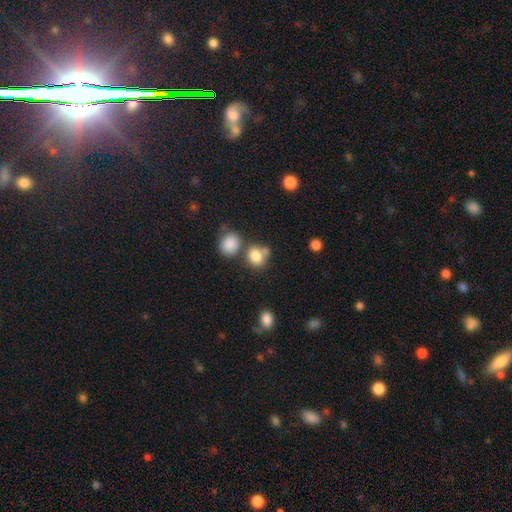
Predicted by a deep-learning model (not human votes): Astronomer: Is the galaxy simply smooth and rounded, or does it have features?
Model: smooth — 82%.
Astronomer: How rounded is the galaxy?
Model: round — 68%.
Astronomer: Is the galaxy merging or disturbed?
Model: none — 53%.